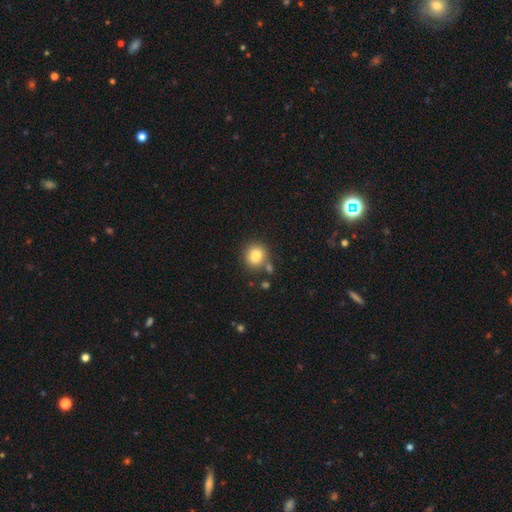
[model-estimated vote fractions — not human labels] Smooth or featured: smooth — 82% (star or artifact — 10%)
How rounded: round — 84% (in between — 15%)
Merging: none — 75% (merger — 11%)